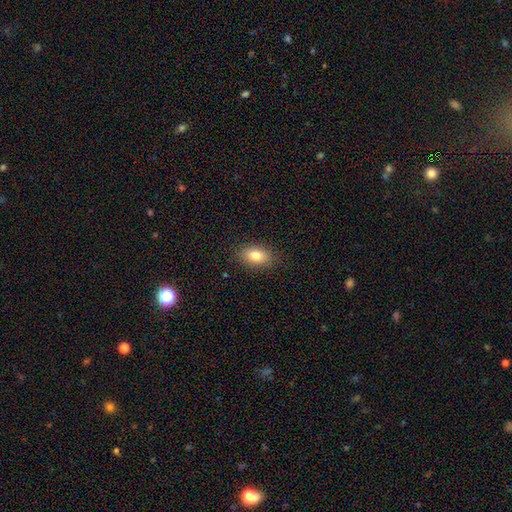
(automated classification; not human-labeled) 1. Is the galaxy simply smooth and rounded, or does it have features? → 80% smooth, 11% featured or disk, 9% star or artifact.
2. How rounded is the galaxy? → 85% in between, 12% round, 2% cigar-shaped.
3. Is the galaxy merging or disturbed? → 87% none, 9% minor disturbance, 2% major disturbance, 1% merger.